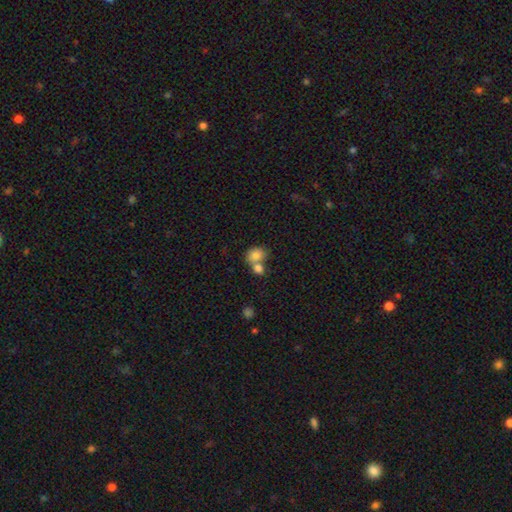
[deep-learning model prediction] This appears to be a smooth galaxy with no disk features (80%) that is round (52%). Merging: merger (52%).